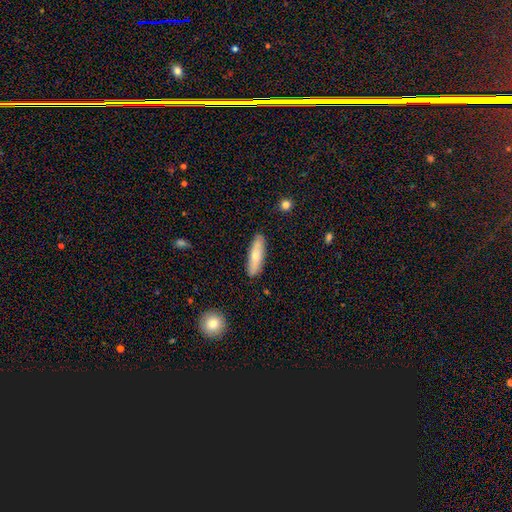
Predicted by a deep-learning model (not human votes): Smooth or featured?
  - smooth: 67% *
  - featured or disk: 27%
  - star or artifact: 6%
How rounded?
  - cigar-shaped: 64% *
  - in between: 34%
  - round: 2%
Merging?
  - none: 86% *
  - minor disturbance: 10%
  - major disturbance: 2%
  - merger: 2%